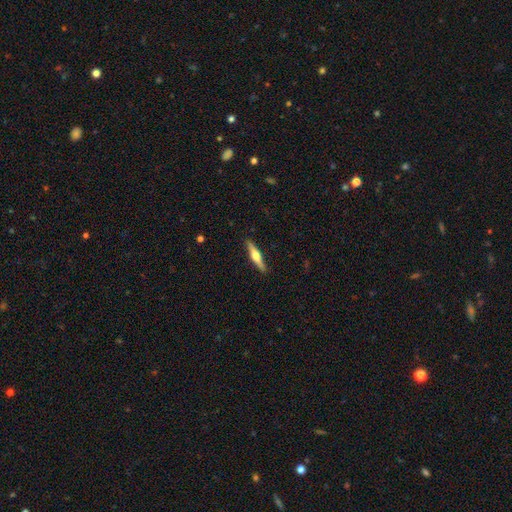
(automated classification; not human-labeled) A featured or disk galaxy (63%) viewed edge-on (97%) with a rounded central bulge (92%).

Vote fractions:
- Smooth or featured? featured or disk: 63% / smooth: 32% / star or artifact: 5%
- Edge-on disk? yes: 97% / no: 3%
- Edge-on bulge? rounded: 92% / boxy: 5% / none: 3%
- Merging? none: 90% / minor disturbance: 7% / major disturbance: 2% / merger: 1%